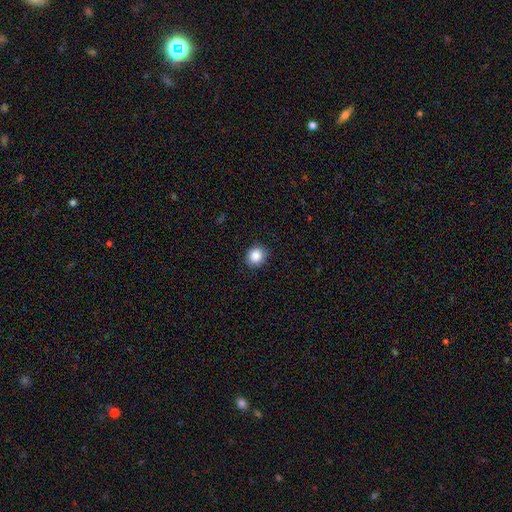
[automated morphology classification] smooth 87%, star or artifact 9%, featured or disk 4%. Down the decision tree: how rounded — round (79%); merging — none (88%).